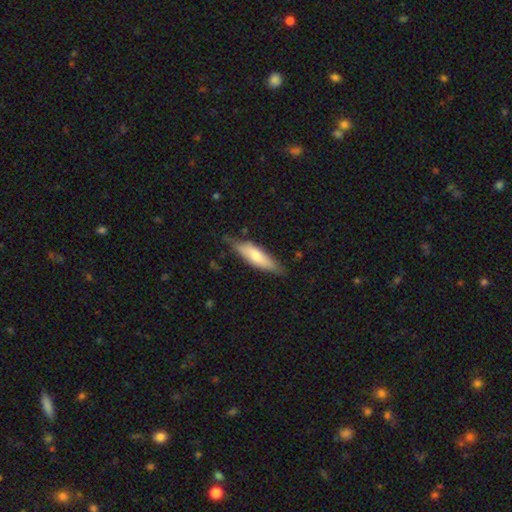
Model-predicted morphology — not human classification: smooth_or_featured: smooth (p=0.67) [alt: featured or disk p=0.28]
how_rounded: cigar-shaped (p=0.61) [alt: in between p=0.38]
merging: none (p=0.69) [alt: minor disturbance p=0.24]